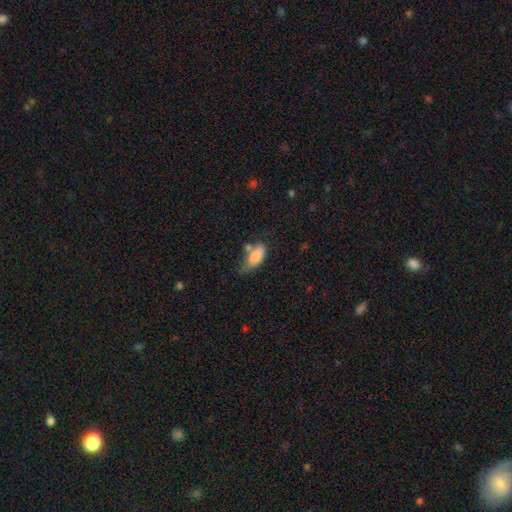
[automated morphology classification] Overall: smooth (82%). How rounded: in between (84%). Merging: minor disturbance (37%; none 36%).